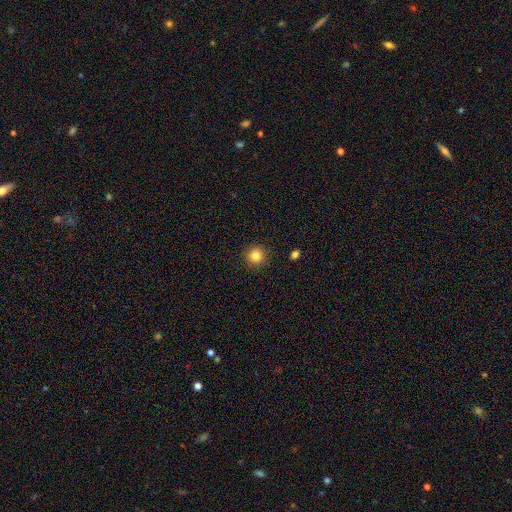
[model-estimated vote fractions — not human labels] Smooth or featured?
  - smooth: 83% *
  - star or artifact: 11%
  - featured or disk: 6%
How rounded?
  - round: 95% *
  - in between: 4%
  - cigar-shaped: 1%
Merging?
  - none: 91% *
  - minor disturbance: 6%
  - major disturbance: 2%
  - merger: 1%